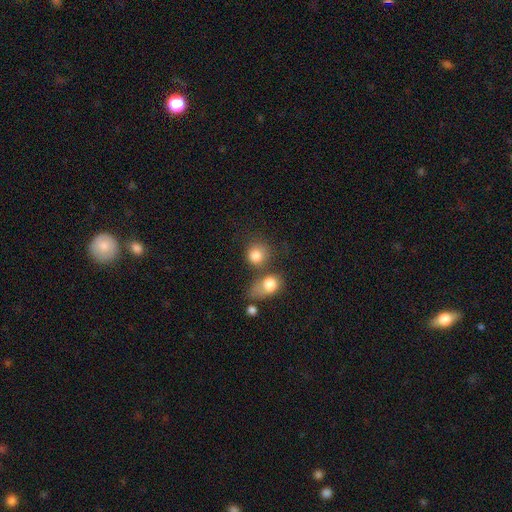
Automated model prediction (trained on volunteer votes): Smooth or featured: smooth — 81% (star or artifact — 10%)
How rounded: round — 79% (in between — 20%)
Merging: none — 43% (merger — 35%)